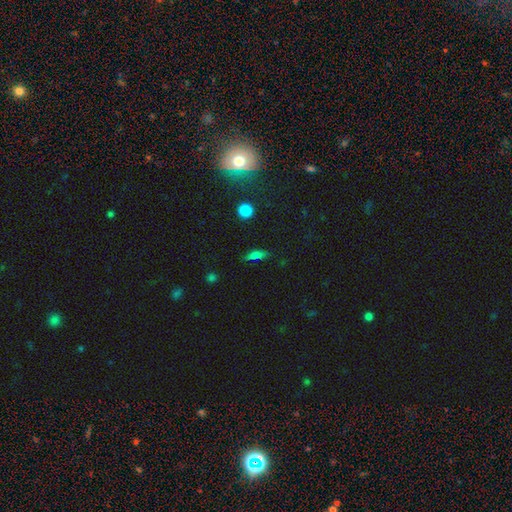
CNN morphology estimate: smooth-or-featured: smooth: 65% | featured or disk: 20% | star or artifact: 15%
  how-rounded: cigar-shaped: 47% | in between: 46% | round: 7%
  merging: none: 80% | minor disturbance: 14% | major disturbance: 4% | merger: 3%